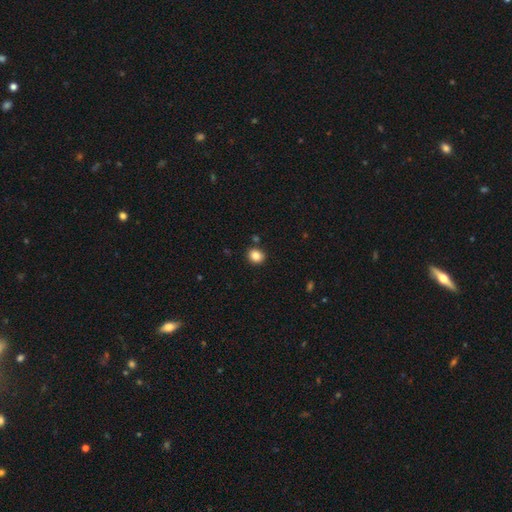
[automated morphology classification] The model was most divided on "how rounded": round: 71%, in between: 28%, cigar-shaped: 1%. More confident: merging — none (87%); smooth or featured — smooth (86%).